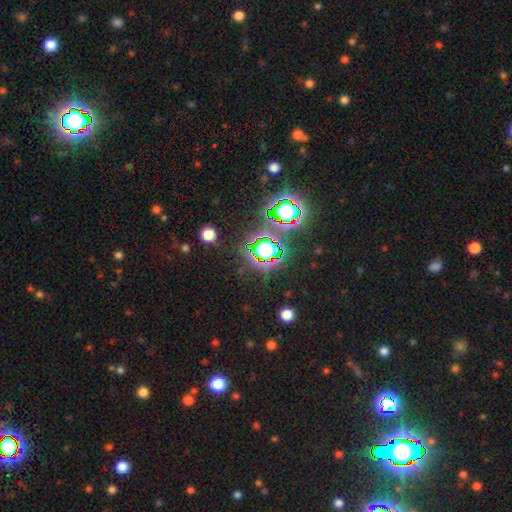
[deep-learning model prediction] Overall: star or artifact (78%).